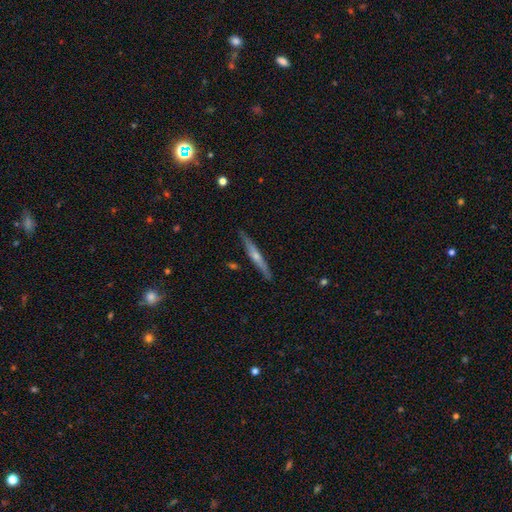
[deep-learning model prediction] Morphology: type=featured or disk (65%); edge-on=yes (96%); edge-on bulge=rounded (68%); merging=none (89%).